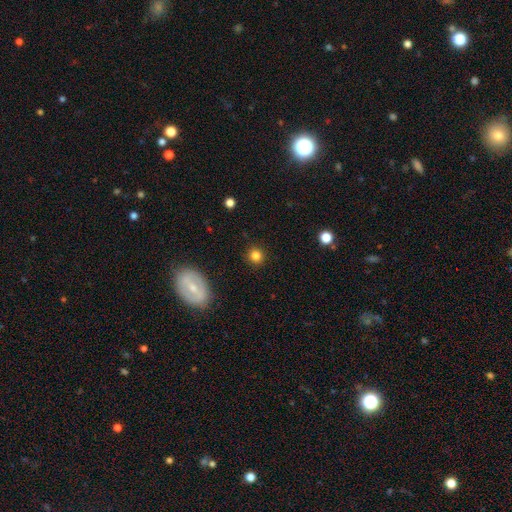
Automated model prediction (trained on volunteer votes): Smooth or featured? smooth (82%)
How rounded? round (90%)
Merging? none (89%)